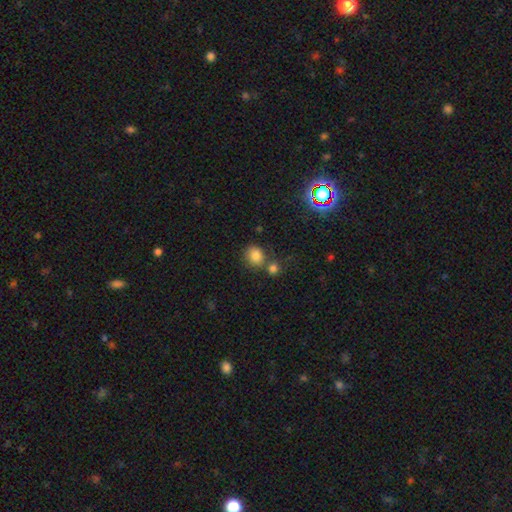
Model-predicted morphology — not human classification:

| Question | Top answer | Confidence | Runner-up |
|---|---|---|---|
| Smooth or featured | smooth | 82% | star or artifact (12%) |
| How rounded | round | 70% | in between (29%) |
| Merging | none | 60% | merger (24%) |